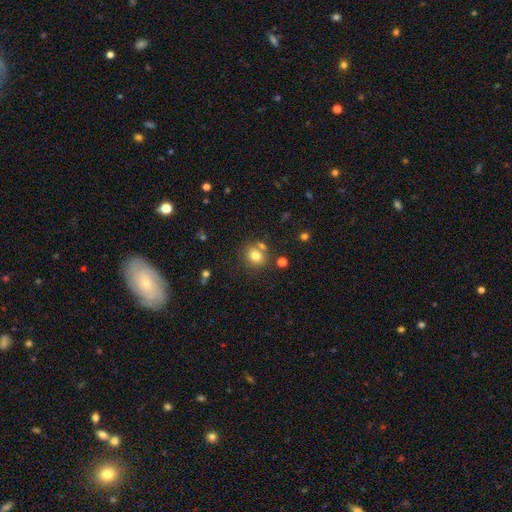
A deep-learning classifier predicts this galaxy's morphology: Q: Smooth or featured?
A: smooth (78%); runner-up: star or artifact (12%)
Q: How rounded?
A: round (72%); runner-up: in between (27%)
Q: Merging?
A: none (67%); runner-up: merger (17%)